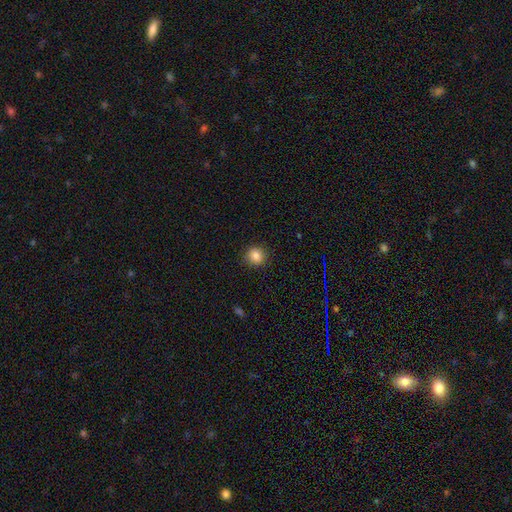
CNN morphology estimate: type=smooth (84%); roundness=round (87%); merging=none (89%).